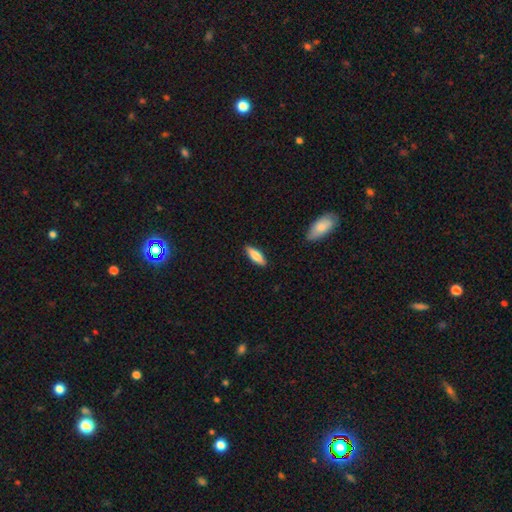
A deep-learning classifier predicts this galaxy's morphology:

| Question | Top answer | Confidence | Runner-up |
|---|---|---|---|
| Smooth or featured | smooth | 76% | featured or disk (18%) |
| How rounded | in between | 50% | cigar-shaped (48%) |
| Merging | none | 88% | minor disturbance (9%) |